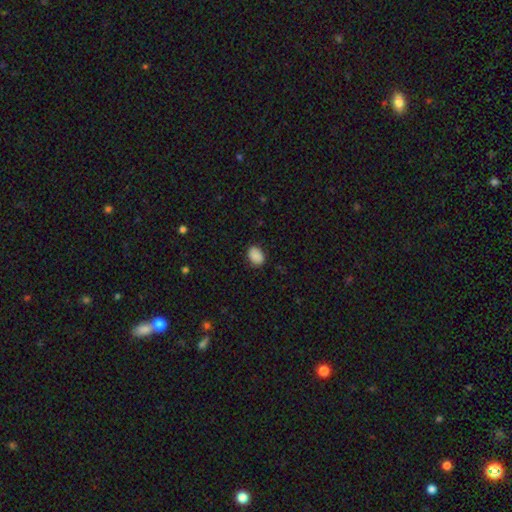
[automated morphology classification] smooth 88%, star or artifact 8%, featured or disk 4%. Down the decision tree: how rounded — in between (74%); merging — none (83%).